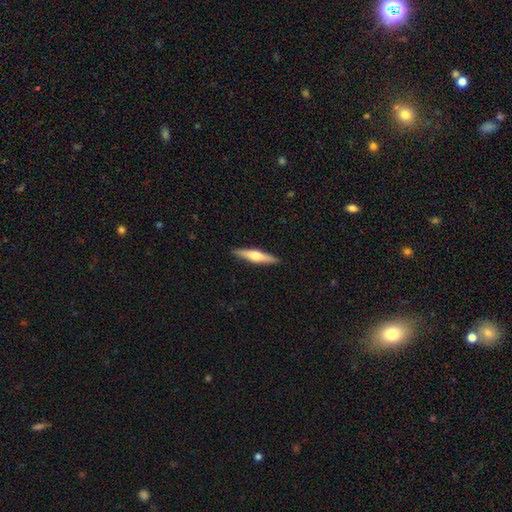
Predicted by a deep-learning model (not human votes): Smooth or featured? featured or disk (54%)
Edge-on disk? yes (96%)
Edge-on bulge? rounded (92%)
Merging? none (91%)